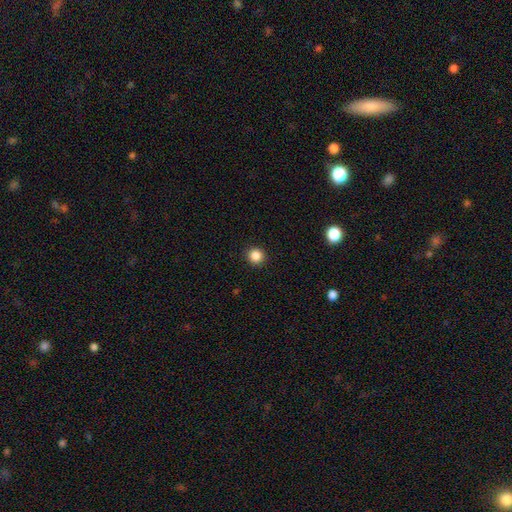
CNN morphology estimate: A smooth galaxy with no disk features (86%) that is round (94%). Merging: none (92%).